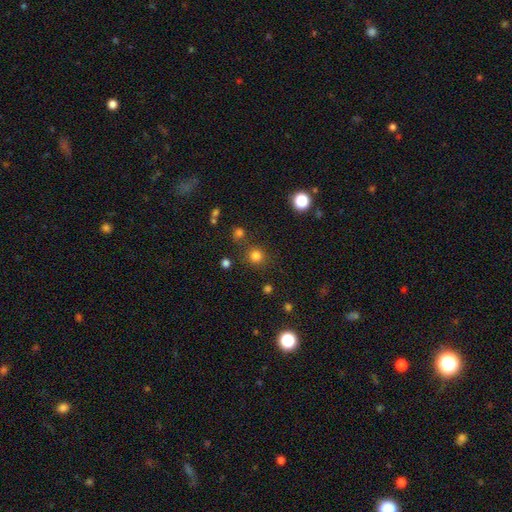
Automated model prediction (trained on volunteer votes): Overall: smooth (78%). How rounded: round (92%). Merging: none (81%).